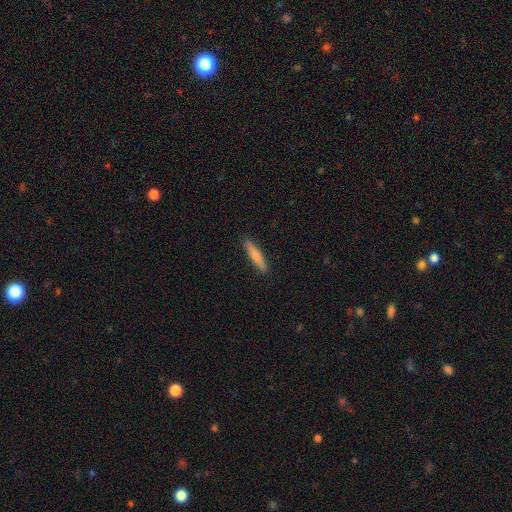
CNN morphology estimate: This is likely a smooth galaxy (78%). How rounded: clearly cigar-shaped (89%). Merging: clearly none (91%).